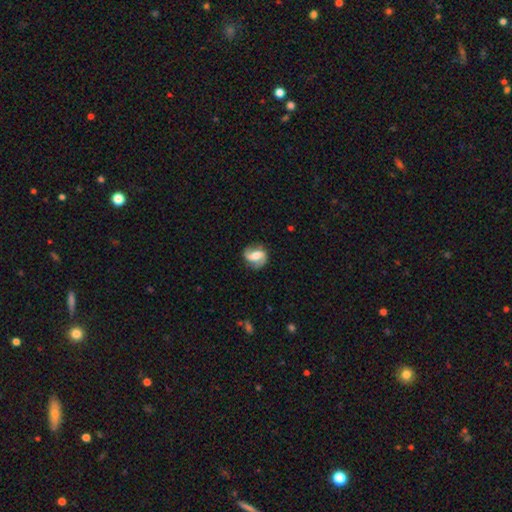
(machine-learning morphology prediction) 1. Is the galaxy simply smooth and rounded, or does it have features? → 78% featured or disk, 16% smooth, 6% star or artifact.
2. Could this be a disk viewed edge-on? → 98% no, 2% yes.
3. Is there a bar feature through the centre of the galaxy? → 43% weak, 30% no, 27% strong.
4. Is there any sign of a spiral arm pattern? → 94% yes, 6% no.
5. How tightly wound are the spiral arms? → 44% medium, 37% loose, 18% tight.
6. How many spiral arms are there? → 91% 2, 3% 1, 3% can't tell, 1% 3, 1% 4, 1% more than 4.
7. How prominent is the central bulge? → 59% moderate, 18% small, 17% large, 3% none, 2% dominant.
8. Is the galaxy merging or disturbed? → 81% none, 13% minor disturbance, 5% major disturbance, 1% merger.